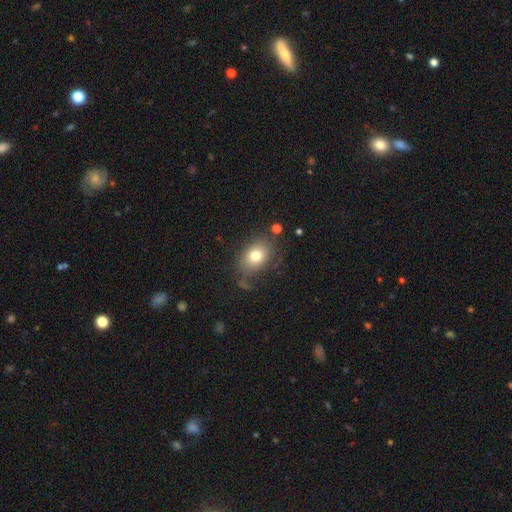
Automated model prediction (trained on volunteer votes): A smooth galaxy with no disk features (76%) that is in between round and cigar-shaped (66%). Merging: none (69%).